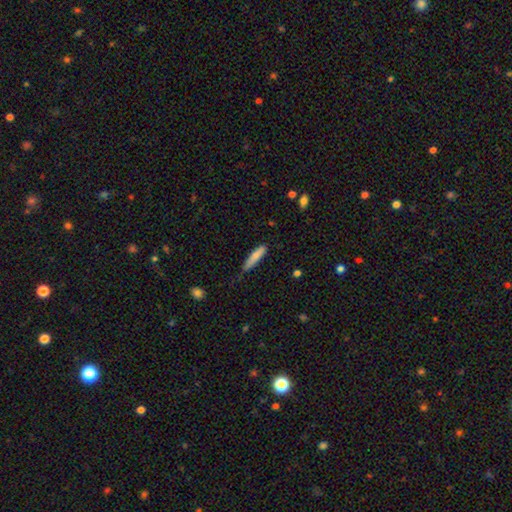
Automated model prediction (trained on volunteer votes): Morphology: type=smooth (77%); roundness=cigar-shaped (82%); merging=none (67%).